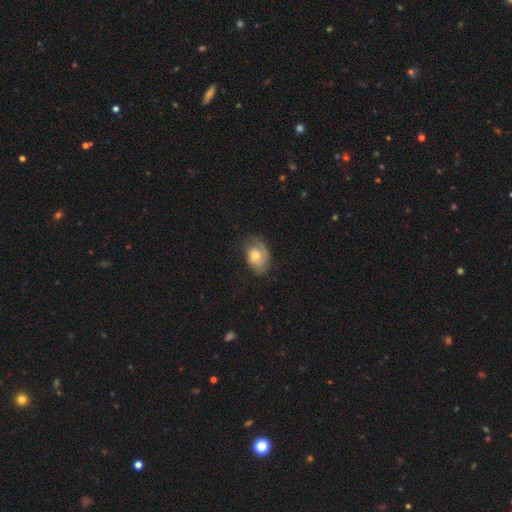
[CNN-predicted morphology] A smooth galaxy with no disk features (47%).

Vote fractions:
- Smooth or featured? smooth: 47% / featured or disk: 46% / star or artifact: 7%
- Merging? none: 56% / minor disturbance: 28% / major disturbance: 14% / merger: 2%